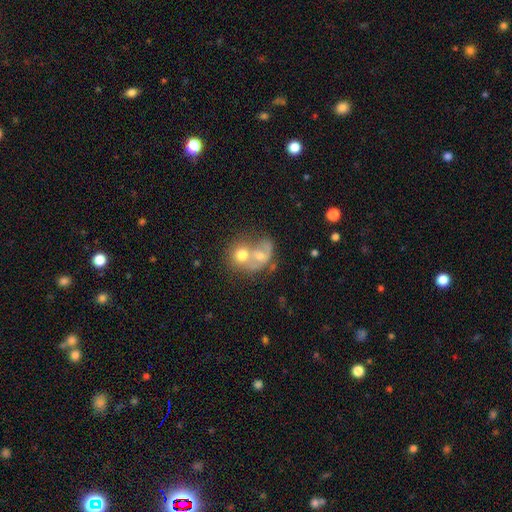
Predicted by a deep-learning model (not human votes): This is possibly a smooth galaxy (47%). Merging: likely merger (71%).